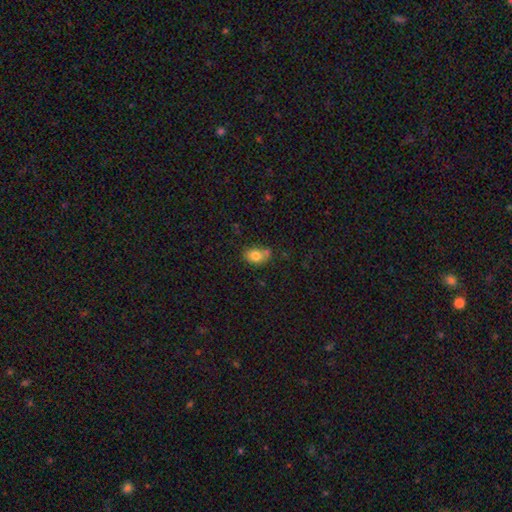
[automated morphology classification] Smooth or featured?
  - smooth: 80% *
  - featured or disk: 11%
  - star or artifact: 9%
How rounded?
  - in between: 73% *
  - round: 26%
  - cigar-shaped: 1%
Merging?
  - none: 55% *
  - minor disturbance: 23%
  - merger: 16%
  - major disturbance: 6%